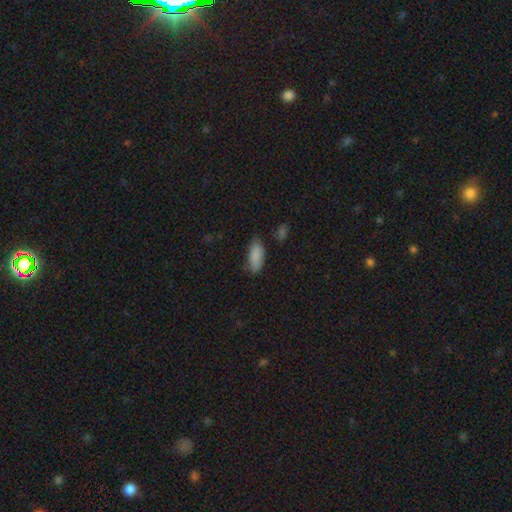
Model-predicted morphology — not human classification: A smooth galaxy with no disk features (87%) that is in between round and cigar-shaped (84%). Merging: none (69%).